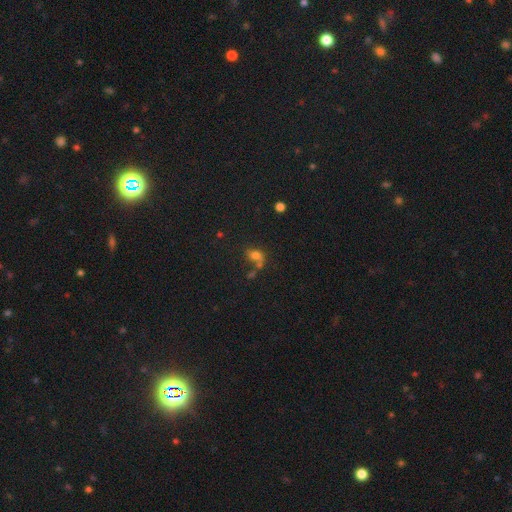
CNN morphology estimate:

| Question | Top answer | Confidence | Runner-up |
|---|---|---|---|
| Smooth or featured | smooth | 65% | star or artifact (20%) |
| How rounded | in between | 56% | round (41%) |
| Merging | none | 36% | tied: merger (36%) |